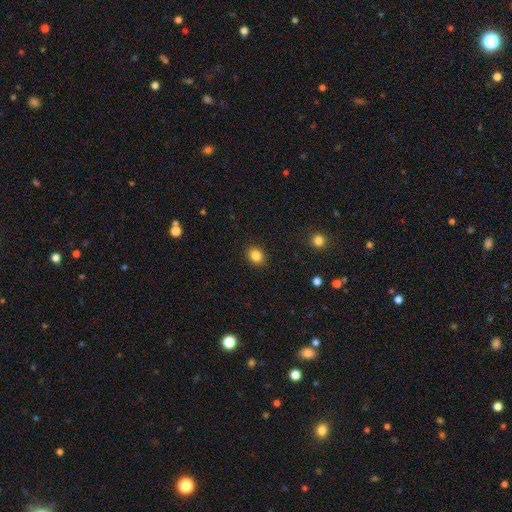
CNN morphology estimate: smooth_or_featured: smooth (p=0.85) [alt: star or artifact p=0.11]
how_rounded: round (p=0.60) [alt: in between p=0.39]
merging: none (p=0.90) [alt: minor disturbance p=0.07]